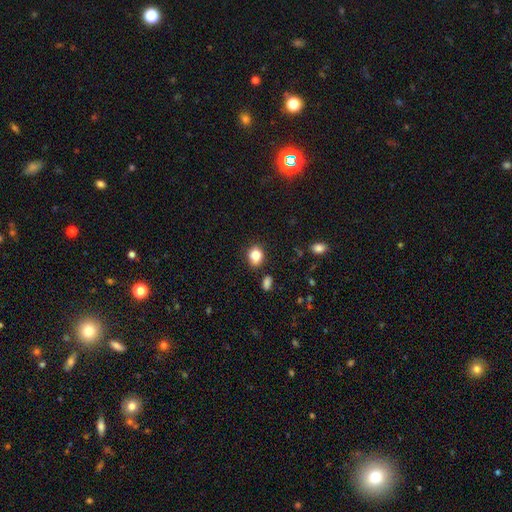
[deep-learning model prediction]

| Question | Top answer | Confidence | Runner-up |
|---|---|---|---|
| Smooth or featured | smooth | 85% | star or artifact (10%) |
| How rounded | round | 59% | in between (40%) |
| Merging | none | 79% | minor disturbance (14%) |